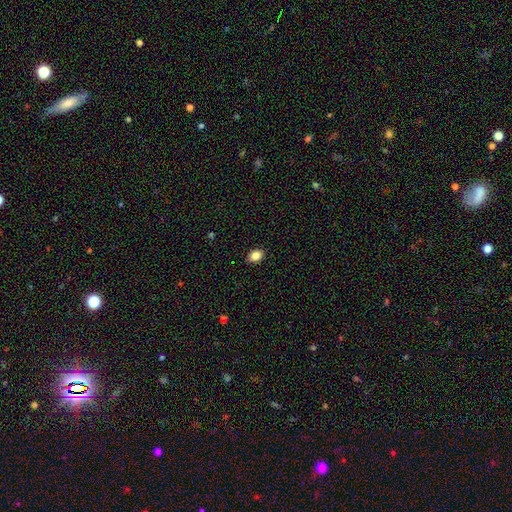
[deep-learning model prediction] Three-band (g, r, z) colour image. It shows a smooth galaxy with no disk features (85%) that is in between round and cigar-shaped (67%). Merging: none (90%).